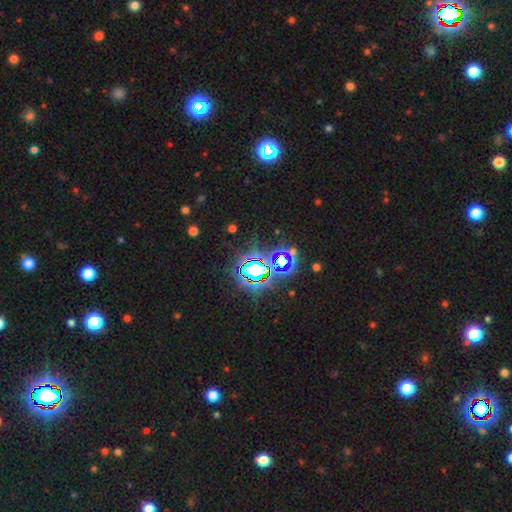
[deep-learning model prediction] Smooth or featured: star or artifact — 79% (smooth — 13%)